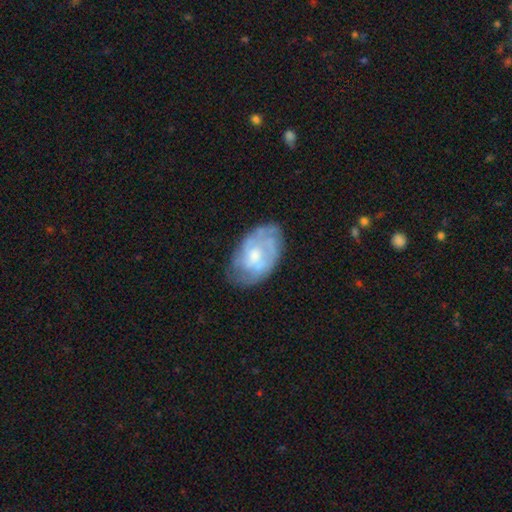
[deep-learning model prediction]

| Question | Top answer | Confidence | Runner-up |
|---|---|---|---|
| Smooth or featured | featured or disk | 69% | smooth (25%) |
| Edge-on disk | no | 96% | yes (4%) |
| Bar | no | 69% | weak (27%) |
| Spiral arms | yes | 76% | no (24%) |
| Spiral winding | tight | 53% | medium (35%) |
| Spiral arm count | can't tell | 52% | 2 (22%) |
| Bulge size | moderate | 50% | small (37%) |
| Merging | none | 66% | minor disturbance (23%) |